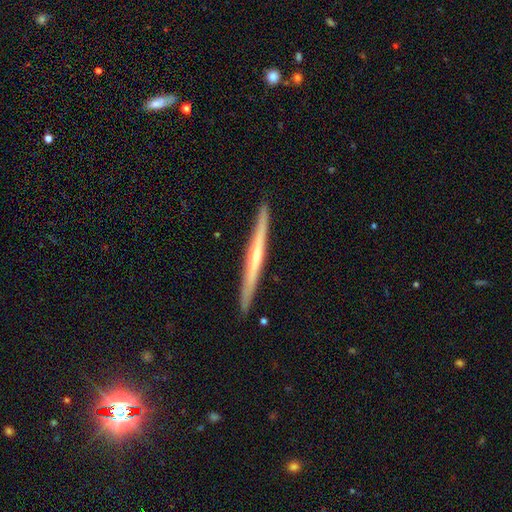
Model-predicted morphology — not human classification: Smooth or featured: featured or disk — 66% (smooth — 28%)
Edge-on disk: yes — 98% (no — 2%)
Edge-on bulge: none — 50% (rounded — 45%)
Merging: none — 92% (minor disturbance — 6%)